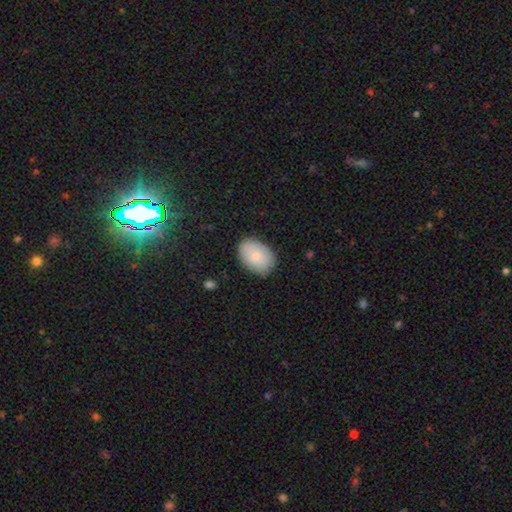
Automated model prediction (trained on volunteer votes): Smooth or featured? smooth (77%)
How rounded? in between (84%)
Merging? none (83%)